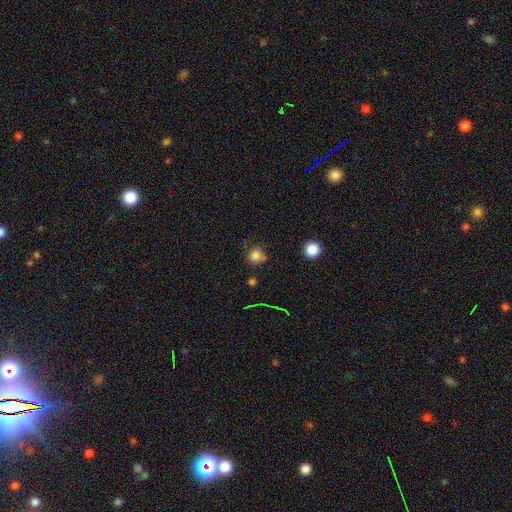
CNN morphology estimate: A smooth galaxy with no disk features (79%) that is round (88%). Merging: none (72%).